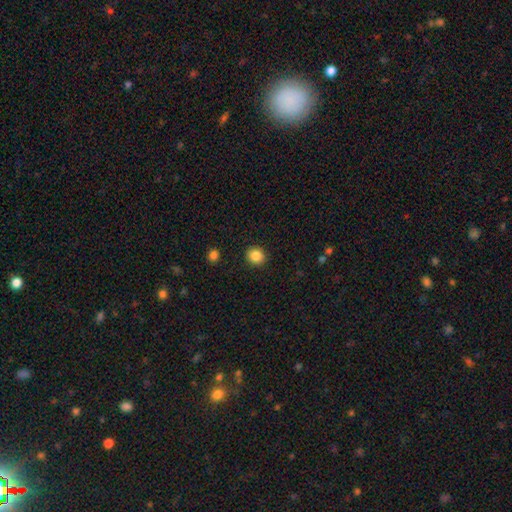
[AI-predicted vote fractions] Smooth or featured?
  - smooth: 86% *
  - star or artifact: 10%
  - featured or disk: 4%
How rounded?
  - round: 85% *
  - in between: 14%
  - cigar-shaped: 1%
Merging?
  - none: 91% *
  - minor disturbance: 6%
  - major disturbance: 2%
  - merger: 1%